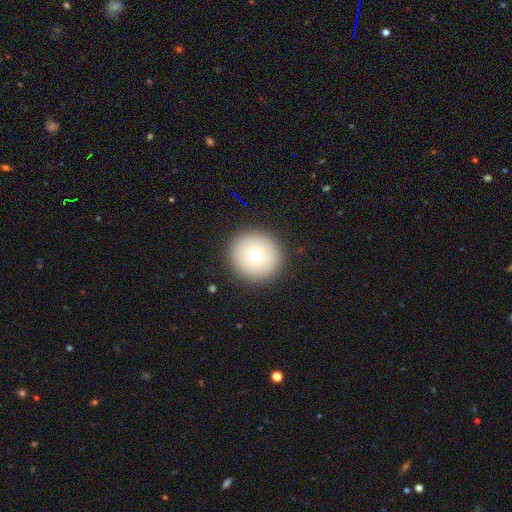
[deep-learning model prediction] This is likely a smooth galaxy (70%). How rounded: clearly round (94%). Merging: clearly none (90%).